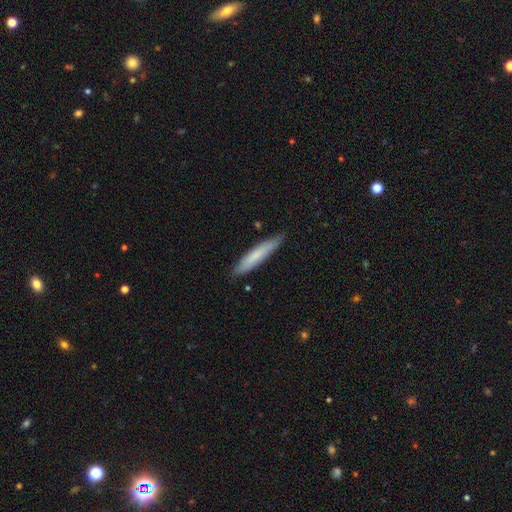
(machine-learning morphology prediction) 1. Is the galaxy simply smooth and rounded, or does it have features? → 72% smooth, 23% featured or disk, 6% star or artifact.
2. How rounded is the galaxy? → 91% cigar-shaped, 8% in between, 1% round.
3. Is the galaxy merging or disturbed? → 85% none, 12% minor disturbance, 2% major disturbance, 1% merger.